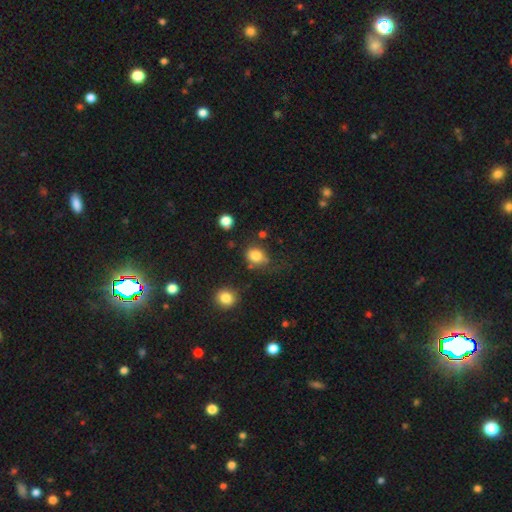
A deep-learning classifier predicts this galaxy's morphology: This is clearly a smooth galaxy (82%). How rounded: possibly round (55%). Merging: possibly none (59%).